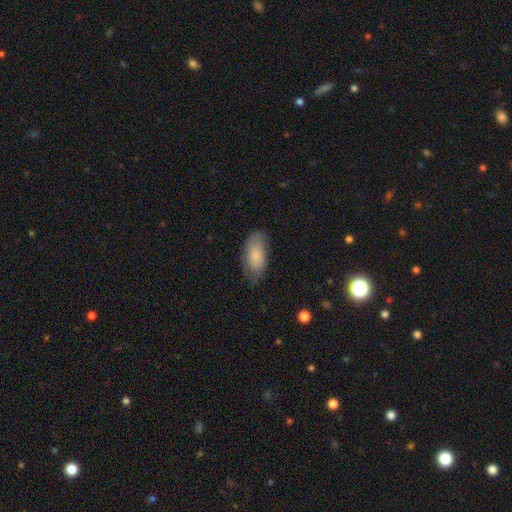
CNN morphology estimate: Smooth or featured? smooth (73%)
How rounded? in between (91%)
Merging? none (69%)